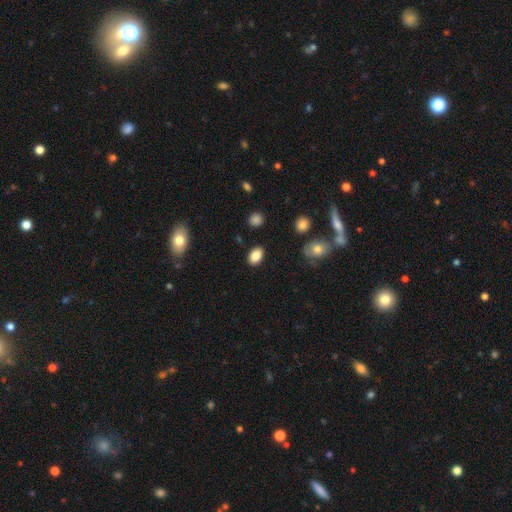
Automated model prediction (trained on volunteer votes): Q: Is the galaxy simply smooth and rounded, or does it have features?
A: smooth — 86%.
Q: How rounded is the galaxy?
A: in between — 84%.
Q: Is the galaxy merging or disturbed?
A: none — 87%.